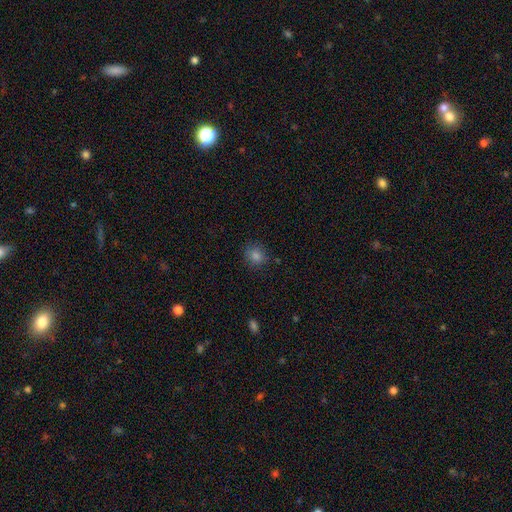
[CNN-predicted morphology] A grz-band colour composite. It shows a smooth galaxy with no disk features (81%) that is round (73%). Merging: none (85%).